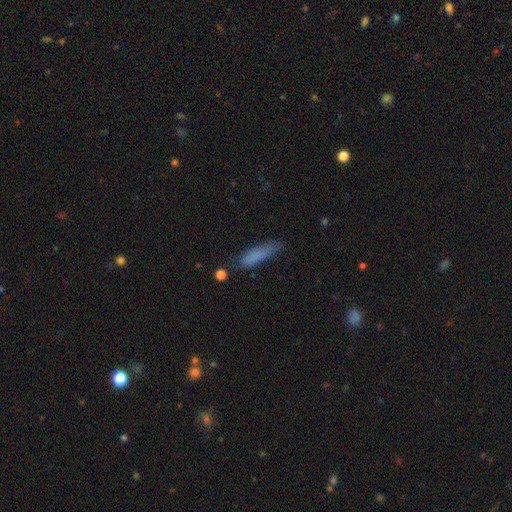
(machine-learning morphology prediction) This is clearly a smooth galaxy (80%). How rounded: likely cigar-shaped (74%). Merging: likely none (69%).